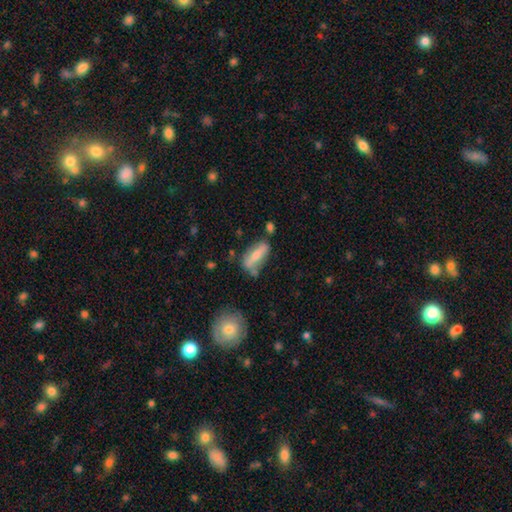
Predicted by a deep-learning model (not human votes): This is possibly a smooth galaxy (57%). How rounded: possibly in between (57%). Merging: possibly none (53%).